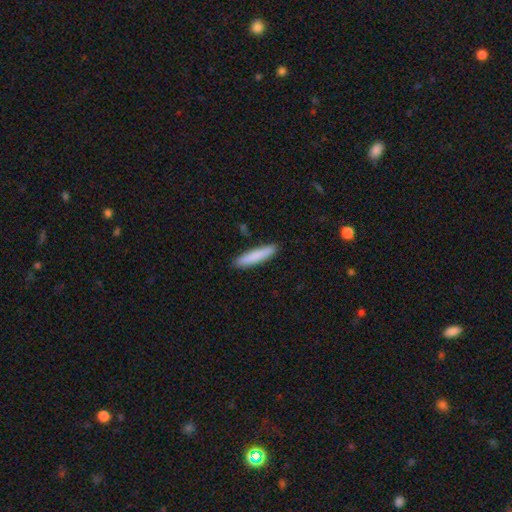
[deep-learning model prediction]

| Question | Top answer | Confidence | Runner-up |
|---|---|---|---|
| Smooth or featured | smooth | 84% | featured or disk (10%) |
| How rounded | cigar-shaped | 88% | in between (11%) |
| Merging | none | 89% | minor disturbance (8%) |